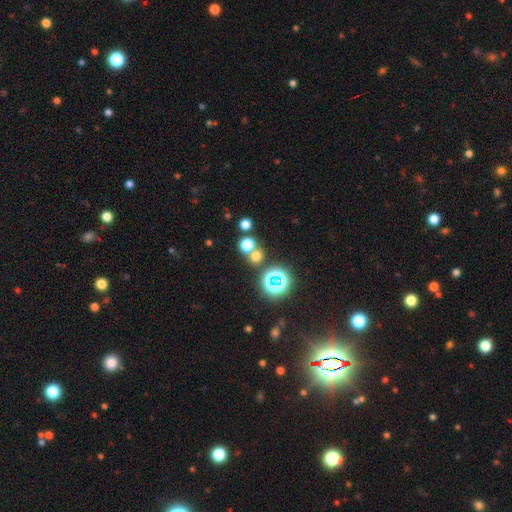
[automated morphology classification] smooth_or_featured: smooth (p=0.57) [alt: star or artifact p=0.35]
how_rounded: round (p=0.86) [alt: in between p=0.13]
merging: none (p=0.66) [alt: merger p=0.25]